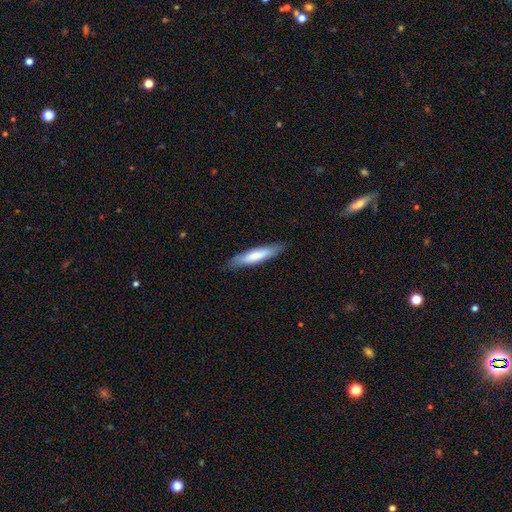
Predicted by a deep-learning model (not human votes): This is likely a smooth galaxy (73%). How rounded: clearly cigar-shaped (81%). Merging: clearly none (85%).